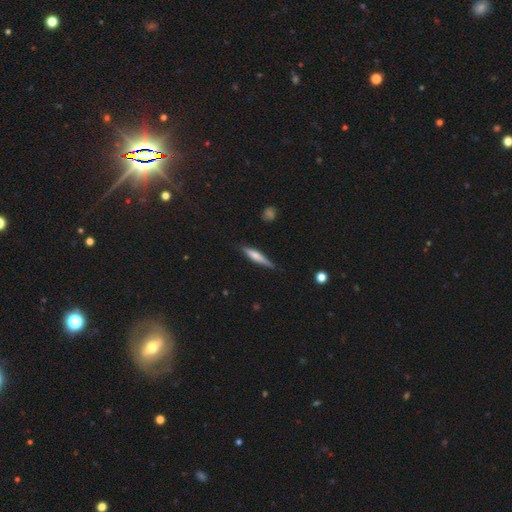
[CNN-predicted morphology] Smooth or featured: smooth — 47% (featured or disk — 46%)
Merging: none — 82% (minor disturbance — 14%)